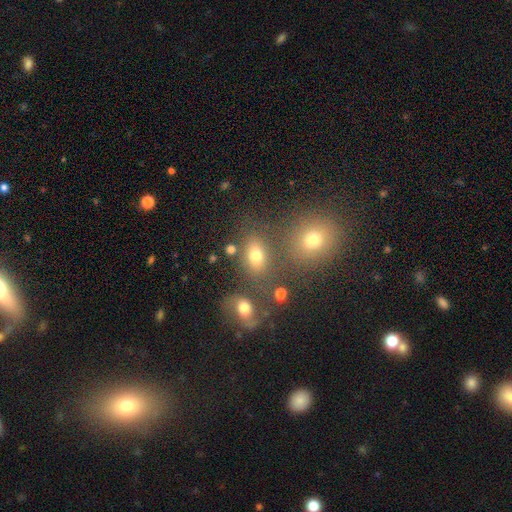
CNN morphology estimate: type=smooth (71%); roundness=in between (67%); merging=none (67%).